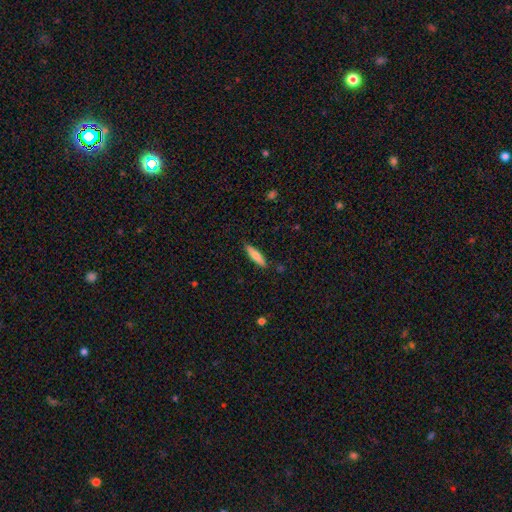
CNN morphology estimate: smooth 71%, featured or disk 23%, star or artifact 6%. Down the decision tree: how rounded — cigar-shaped (72%); merging — none (88%).